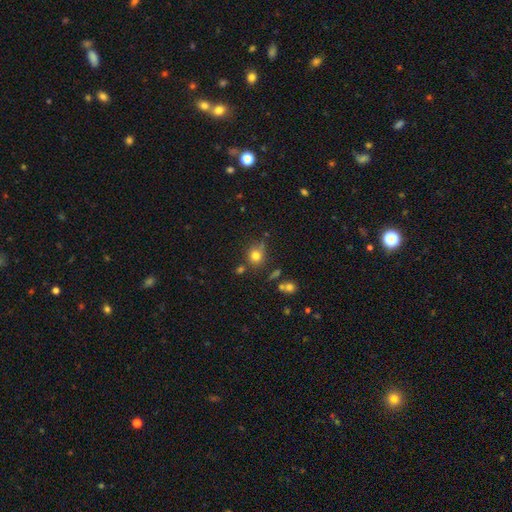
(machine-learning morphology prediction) smooth_or_featured: smooth (p=0.78) [alt: star or artifact p=0.14]
how_rounded: round (p=0.82) [alt: in between p=0.17]
merging: none (p=0.70) [alt: minor disturbance p=0.16]